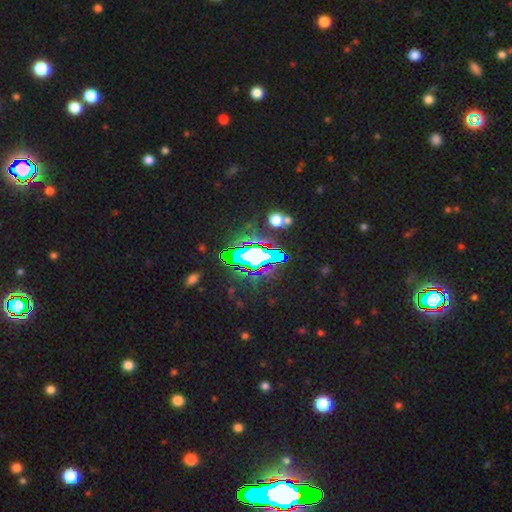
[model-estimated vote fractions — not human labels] Smooth or featured?
  - star or artifact: 68% *
  - smooth: 17%
  - featured or disk: 15%